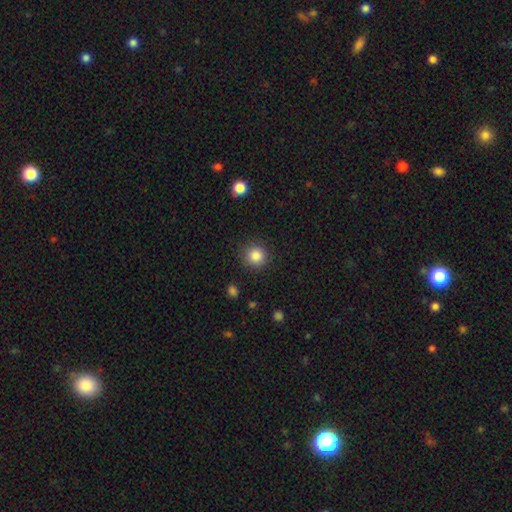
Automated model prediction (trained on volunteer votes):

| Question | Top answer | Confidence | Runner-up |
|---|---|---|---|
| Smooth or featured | smooth | 86% | star or artifact (10%) |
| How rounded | round | 92% | in between (7%) |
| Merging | none | 88% | minor disturbance (8%) |